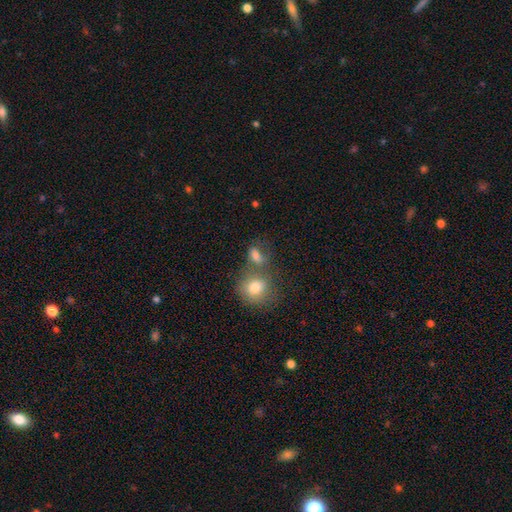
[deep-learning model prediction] Smooth or featured? smooth (75%)
How rounded? in between (65%)
Merging? merger (40%)